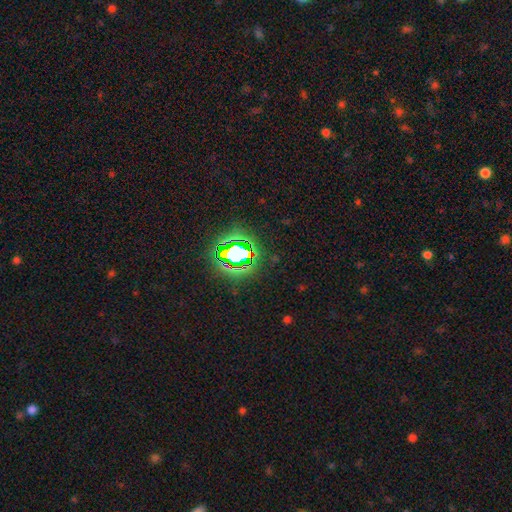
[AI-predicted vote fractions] A star or artifact, not a galaxy (79%).